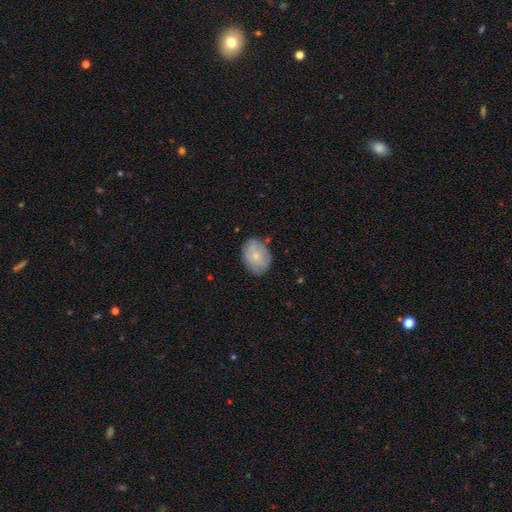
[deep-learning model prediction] smooth 72%, featured or disk 22%, star or artifact 6%. Down the decision tree: how rounded — in between (73%); merging — none (75%).